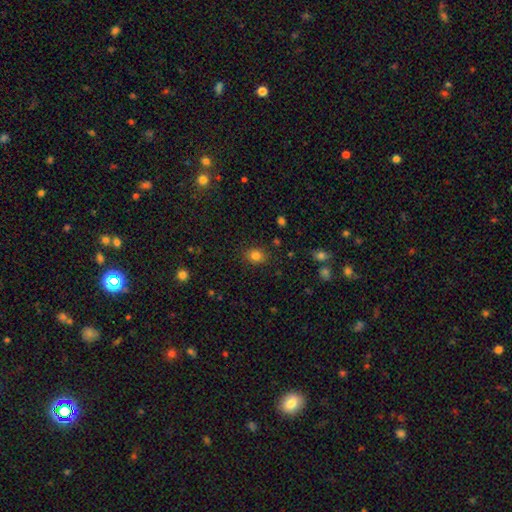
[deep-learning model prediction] Smooth or featured? Predicted: smooth (p=0.82). How rounded? Predicted: round (p=0.56). Merging? Predicted: none (p=0.86).